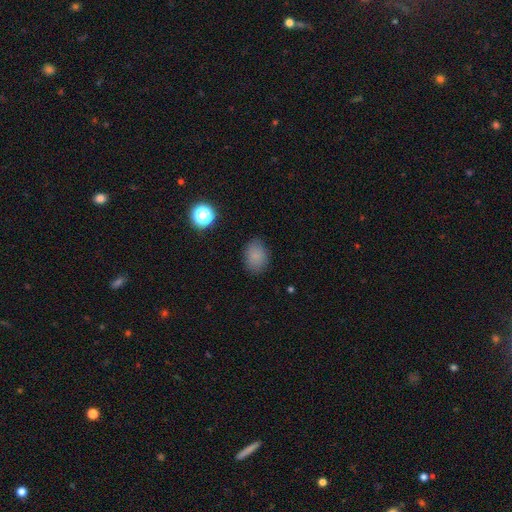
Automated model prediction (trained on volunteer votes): Smooth or featured? smooth (83%)
How rounded? in between (71%)
Merging? none (82%)